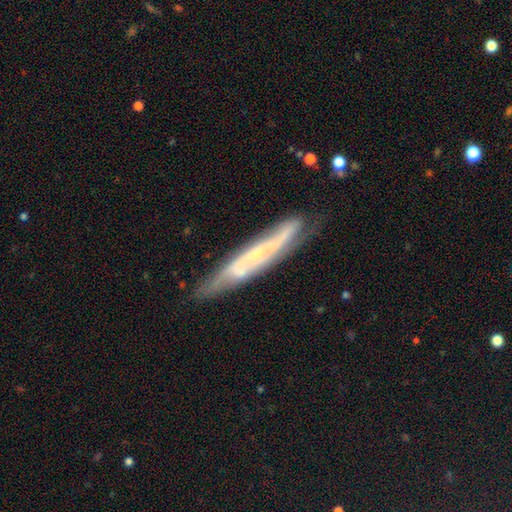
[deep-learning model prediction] This appears to be a featured or disk galaxy (73%) viewed edge-on (55%). Merging: none (74%).